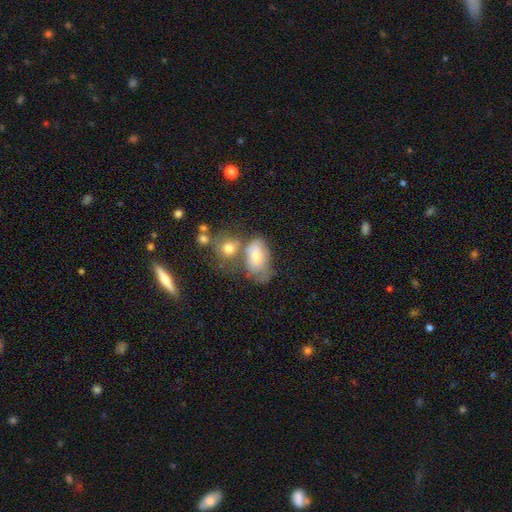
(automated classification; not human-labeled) smooth_or_featured: smooth (p=0.58) [alt: featured or disk p=0.31]
how_rounded: in between (p=0.85) [alt: round p=0.13]
merging: merger (p=0.40) [alt: none p=0.28]